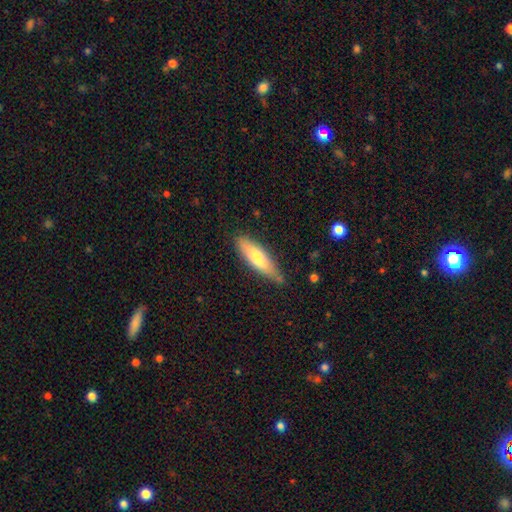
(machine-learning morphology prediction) smooth-or-featured: smooth: 69% | featured or disk: 25% | star or artifact: 6%
  how-rounded: cigar-shaped: 61% | in between: 37% | round: 1%
  merging: none: 77% | minor disturbance: 19% | major disturbance: 3% | merger: 2%